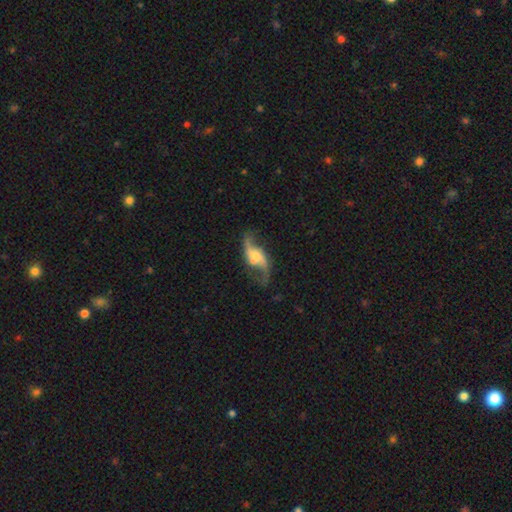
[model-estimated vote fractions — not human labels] A featured or disk galaxy (85%) with no bar (42%), 2 (92%) loose (88%) spiral arms (94%) and a small central bulge (44%).

Vote fractions:
- Smooth or featured? featured or disk: 85% / smooth: 9% / star or artifact: 6%
- Edge-on disk? no: 94% / yes: 6%
- Bar? no: 42% / weak: 40% / strong: 18%
- Spiral arms? yes: 94% / no: 6%
- Spiral winding? loose: 88% / medium: 10% / tight: 3%
- Spiral arm count? 2: 92% / 1: 3% / can't tell: 2% / 3: 1% / 4: 1% / more than 4: 1%
- Bulge size? small: 44% / moderate: 36% / none: 11% / large: 7% / dominant: 2%
- Merging? none: 65% / minor disturbance: 17% / major disturbance: 12% / merger: 6%